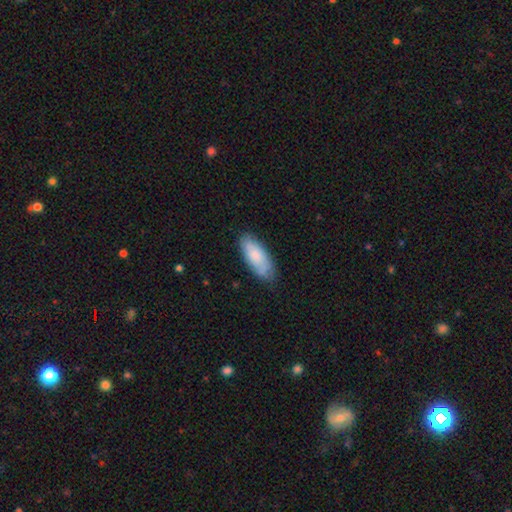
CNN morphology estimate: smooth 77%, featured or disk 17%, star or artifact 6%. Down the decision tree: how rounded — in between (80%); merging — none (71%).